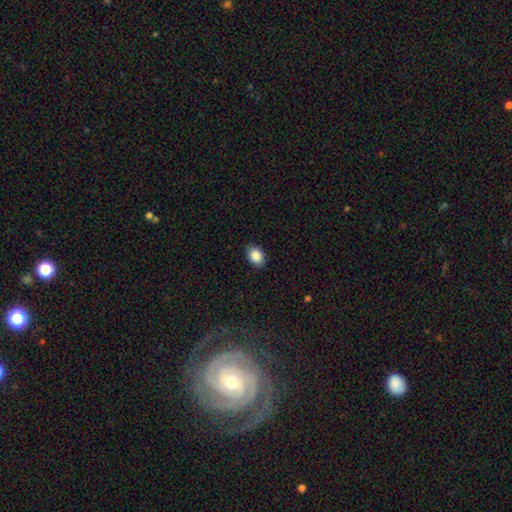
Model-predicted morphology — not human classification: smooth 88%, star or artifact 8%, featured or disk 4%. Down the decision tree: how rounded — in between (78%); merging — none (88%).